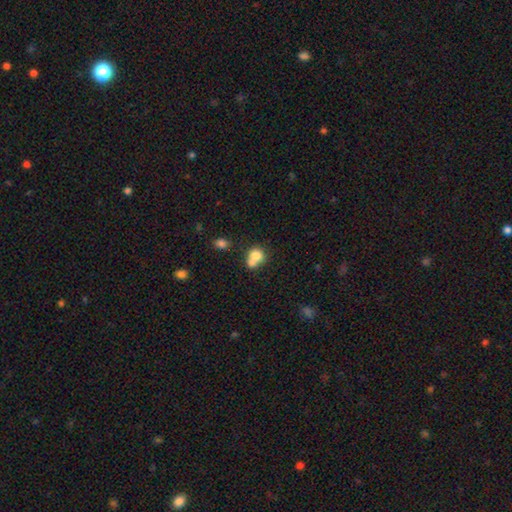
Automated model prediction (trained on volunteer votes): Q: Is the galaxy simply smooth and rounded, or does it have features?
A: smooth — 75%.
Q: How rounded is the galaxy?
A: round — 67%.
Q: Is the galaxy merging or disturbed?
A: merger — 59%.